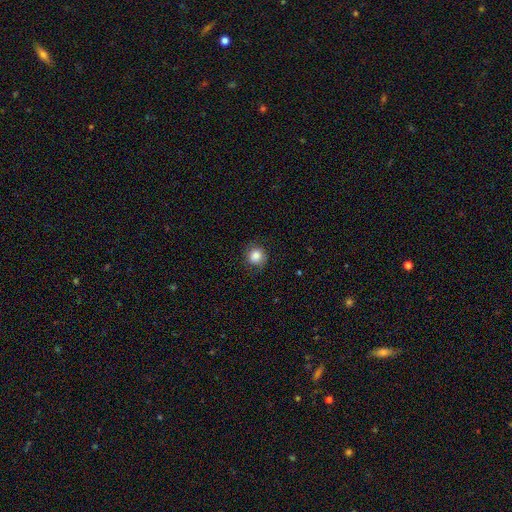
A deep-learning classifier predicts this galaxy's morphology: smooth-or-featured: smooth: 82% | star or artifact: 10% | featured or disk: 8%
  how-rounded: round: 87% | in between: 13% | cigar-shaped: 1%
  merging: none: 81% | minor disturbance: 14% | major disturbance: 4% | merger: 1%